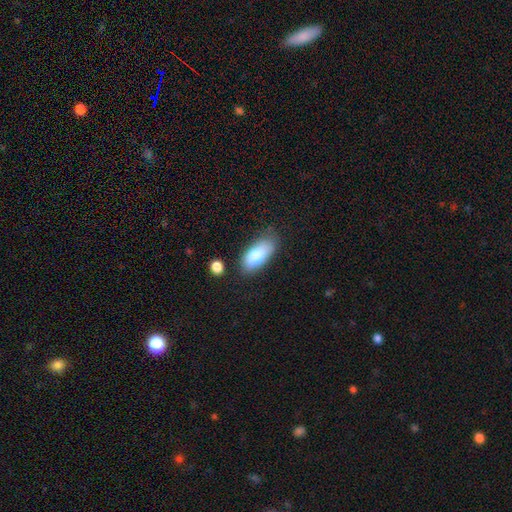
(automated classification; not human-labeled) The model was most divided on "merging": none: 70%, minor disturbance: 20%, major disturbance: 6%, merger: 4%. More confident: how rounded — in between (87%); smooth or featured — smooth (81%).